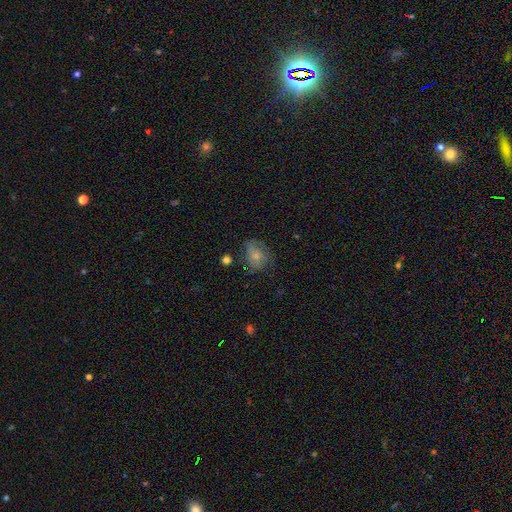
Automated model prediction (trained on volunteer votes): Smooth or featured? Predicted: smooth (p=0.69). How rounded? Predicted: in between (p=0.53). Merging? Predicted: none (p=0.53).